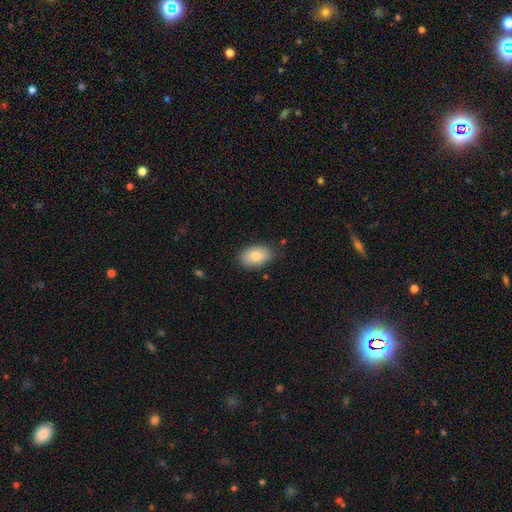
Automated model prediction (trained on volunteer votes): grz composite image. It shows a smooth galaxy with no disk features (80%) that is in between round and cigar-shaped (89%). Merging: none (83%).